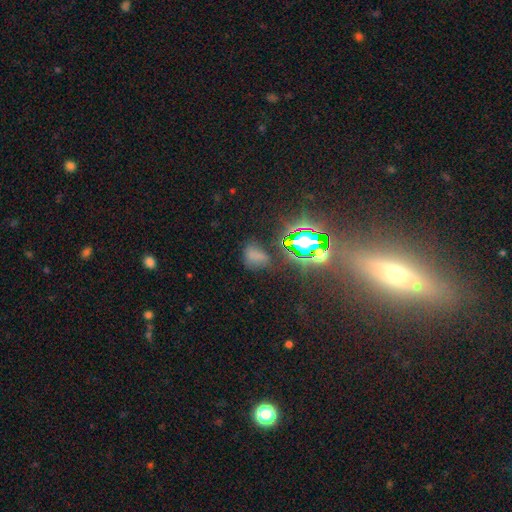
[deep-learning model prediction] A smooth galaxy with no disk features (54%) that is in between round and cigar-shaped (74%). Merging: none (55%).